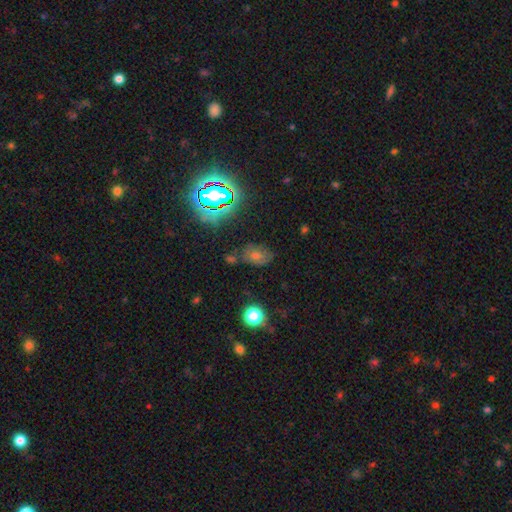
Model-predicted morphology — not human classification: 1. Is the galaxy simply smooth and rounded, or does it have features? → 42% star or artifact, 39% smooth, 19% featured or disk.